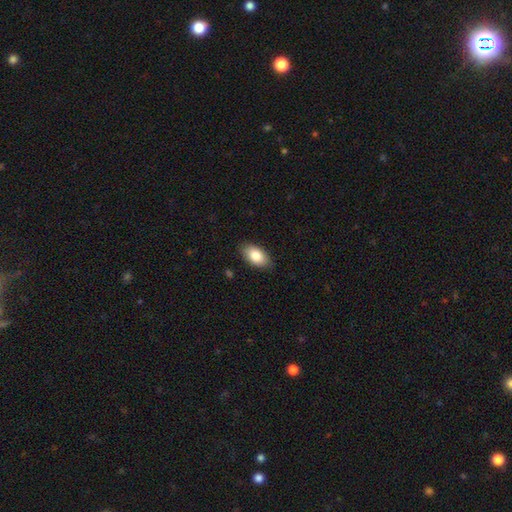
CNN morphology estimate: A smooth galaxy with no disk features (83%) that is in between round and cigar-shaped (93%). Merging: none (86%).